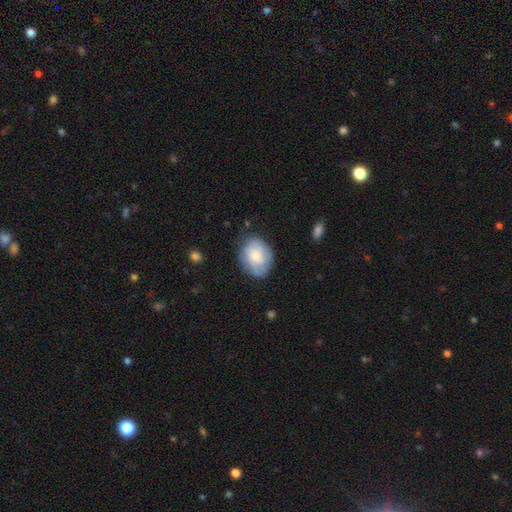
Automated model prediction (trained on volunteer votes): Morphology: type=smooth (64%); roundness=in between (57%); merging=none (69%).